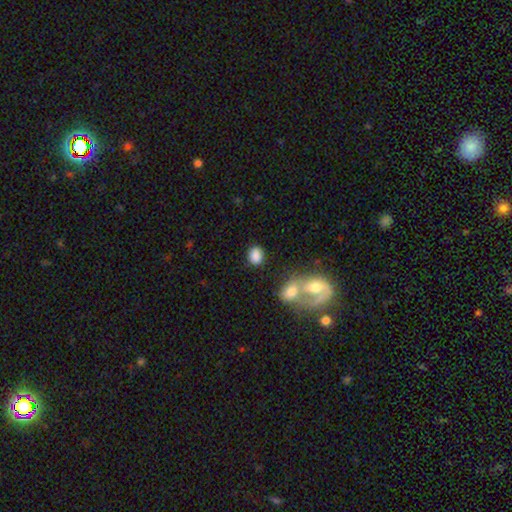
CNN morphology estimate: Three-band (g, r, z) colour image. It shows a smooth galaxy with no disk features (84%) that is in between round and cigar-shaped (55%). Merging: none (71%).